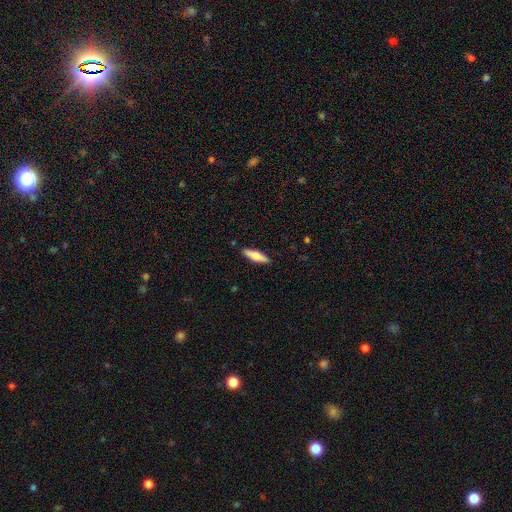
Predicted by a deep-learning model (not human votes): smooth_or_featured: smooth (p=0.59) [alt: featured or disk p=0.35]
how_rounded: cigar-shaped (p=0.63) [alt: in between p=0.35]
merging: none (p=0.89) [alt: minor disturbance p=0.08]